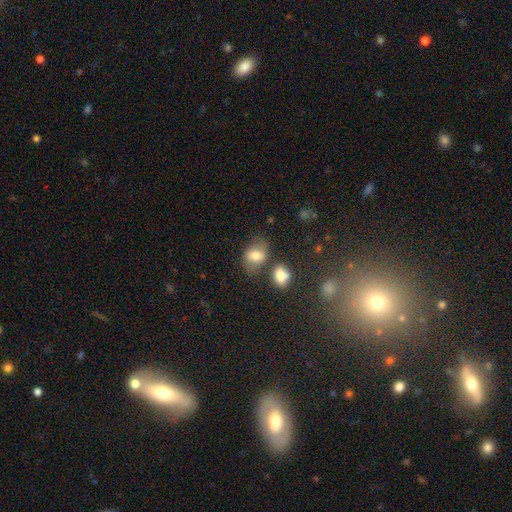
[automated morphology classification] Smooth or featured?
  - smooth: 67% *
  - featured or disk: 22%
  - star or artifact: 10%
How rounded?
  - in between: 76% *
  - round: 22%
  - cigar-shaped: 2%
Merging?
  - none: 62% *
  - minor disturbance: 18%
  - merger: 14%
  - major disturbance: 6%